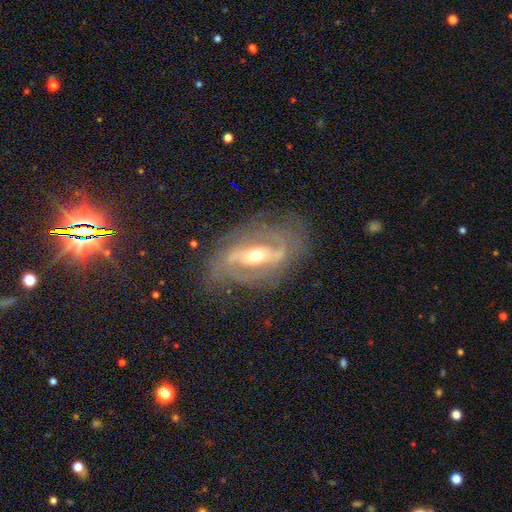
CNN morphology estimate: Overall: featured or disk (85%). Edge-on disk: no (91%). Bar: strong (53%; weak 29%). Spiral arms: yes (86%). Spiral arm count: 2 (68%). Spiral winding: medium (40%; tight 39%). Bulge size: moderate (56%; small 38%). Merging: none (70%).